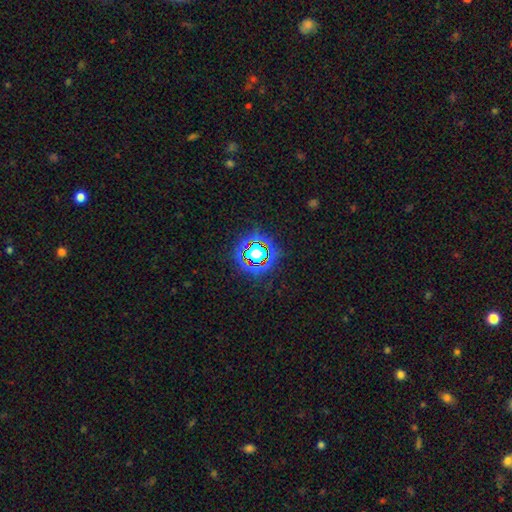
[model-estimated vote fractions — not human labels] smooth_or_featured: star or artifact (p=0.66) [alt: smooth p=0.22]